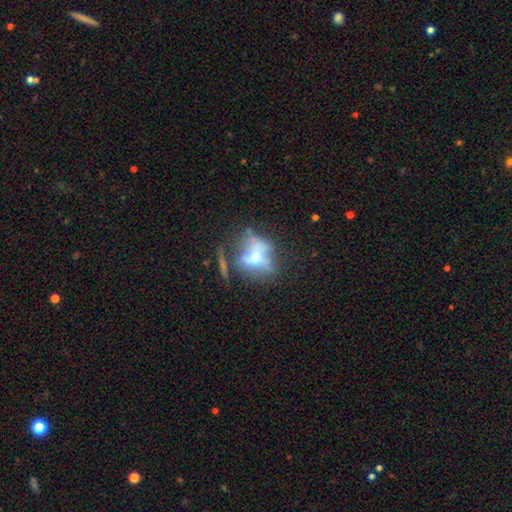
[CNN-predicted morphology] smooth_or_featured: featured or disk (p=0.50) [alt: smooth p=0.36]
merging: none (p=0.40) [alt: major disturbance p=0.28]